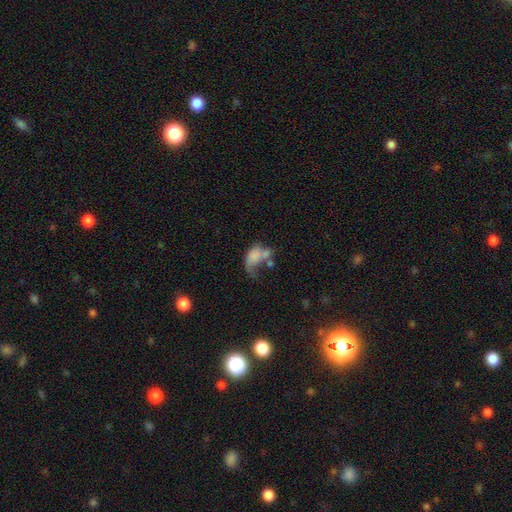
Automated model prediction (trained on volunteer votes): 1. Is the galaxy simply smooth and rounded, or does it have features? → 55% smooth, 33% featured or disk, 11% star or artifact.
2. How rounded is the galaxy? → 87% in between, 11% round, 2% cigar-shaped.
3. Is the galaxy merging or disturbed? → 40% major disturbance, 31% merger, 15% none, 14% minor disturbance.